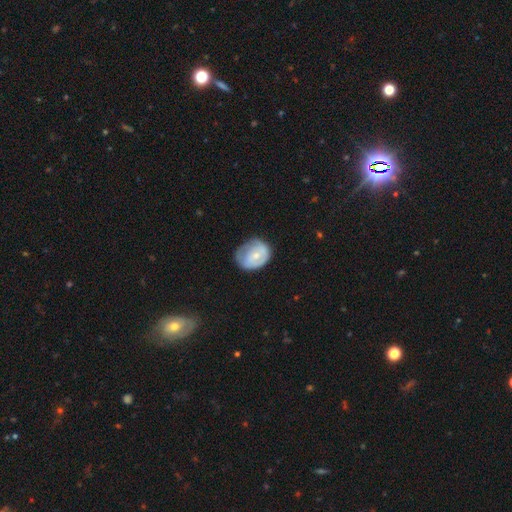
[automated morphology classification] Overall: smooth (50%; featured or disk 44%). How rounded: round (54%; in between 45%). Merging: none (50%; minor disturbance 34%).